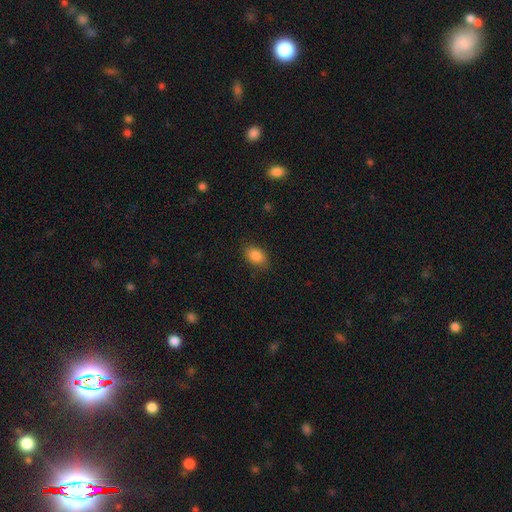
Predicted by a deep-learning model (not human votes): Morphology: type=smooth (86%); roundness=in between (86%); merging=none (82%).